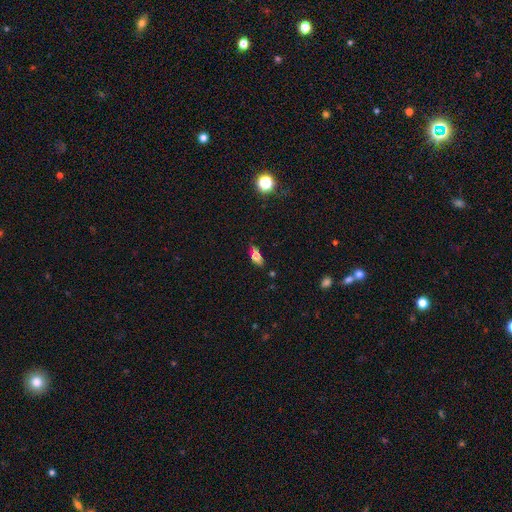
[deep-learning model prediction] smooth 73%, featured or disk 17%, star or artifact 10%. Down the decision tree: how rounded — in between (82%); merging — none (70%).